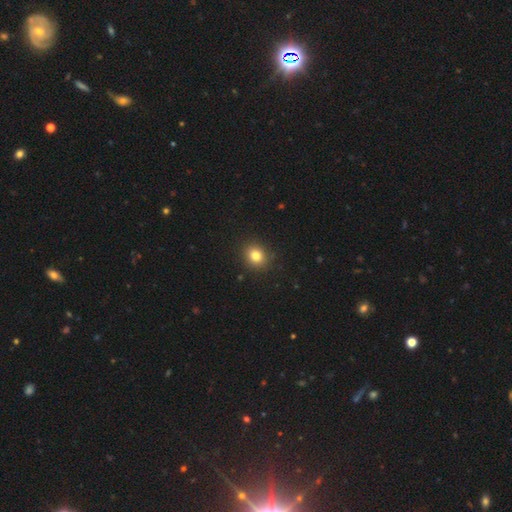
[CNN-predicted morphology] Smooth or featured?
  - smooth: 82% *
  - star or artifact: 12%
  - featured or disk: 6%
How rounded?
  - round: 75% *
  - in between: 24%
  - cigar-shaped: 1%
Merging?
  - none: 89% *
  - minor disturbance: 8%
  - major disturbance: 2%
  - merger: 1%